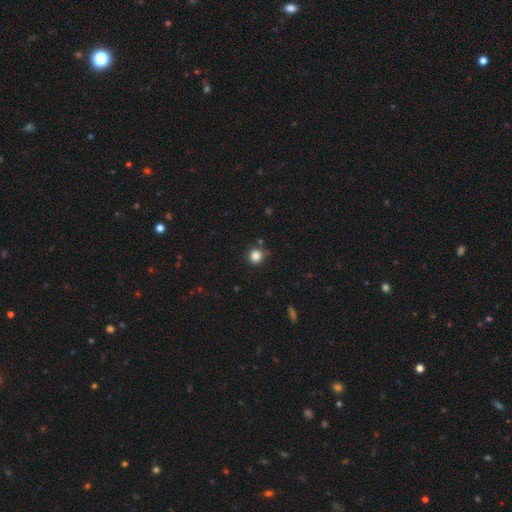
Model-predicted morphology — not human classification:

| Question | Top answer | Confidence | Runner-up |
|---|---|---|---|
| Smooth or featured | smooth | 84% | star or artifact (12%) |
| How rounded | round | 93% | in between (6%) |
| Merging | none | 84% | minor disturbance (11%) |